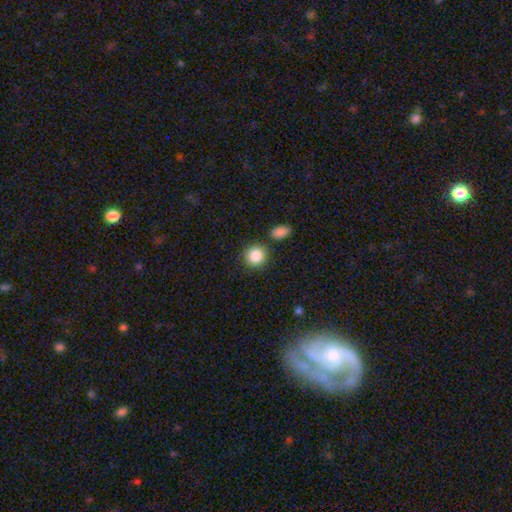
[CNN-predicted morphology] Smooth or featured? Predicted: smooth (p=0.87). How rounded? Predicted: round (p=0.88). Merging? Predicted: none (p=0.81).